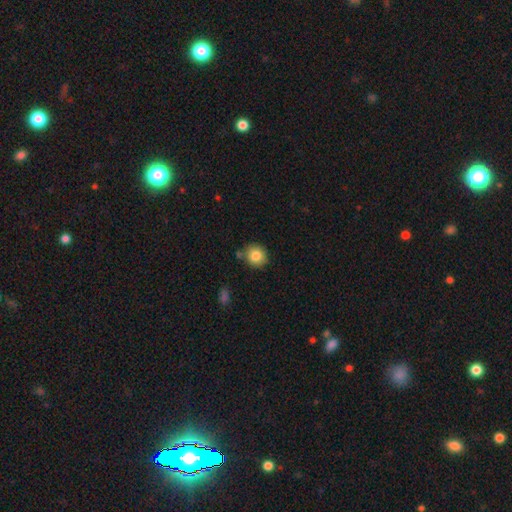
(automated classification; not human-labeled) Smooth or featured?
  - smooth: 83% *
  - star or artifact: 9%
  - featured or disk: 8%
How rounded?
  - round: 88% *
  - in between: 11%
  - cigar-shaped: 1%
Merging?
  - none: 79% *
  - minor disturbance: 12%
  - merger: 7%
  - major disturbance: 3%